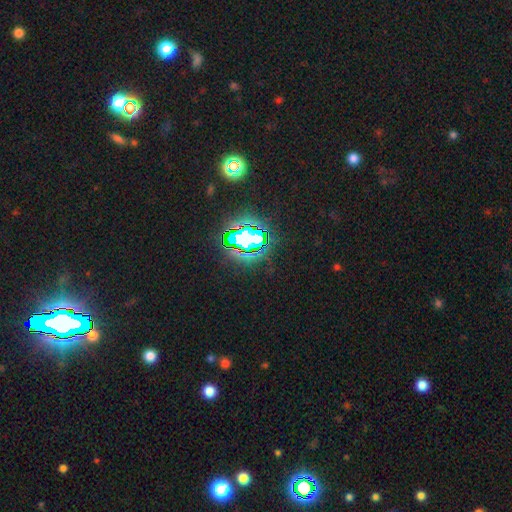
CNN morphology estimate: A star or artifact, not a galaxy (83%).

Vote fractions:
- Smooth or featured? star or artifact: 83% / smooth: 10% / featured or disk: 7%